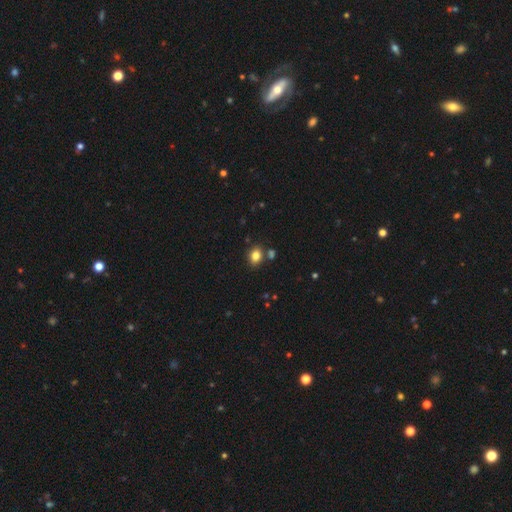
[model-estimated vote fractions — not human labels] A smooth galaxy with no disk features (82%) that is in between round and cigar-shaped (57%).

Vote fractions:
- Smooth or featured? smooth: 82% / star or artifact: 11% / featured or disk: 7%
- How rounded? in between: 57% / round: 42% / cigar-shaped: 1%
- Merging? none: 76% / minor disturbance: 11% / merger: 10% / major disturbance: 3%